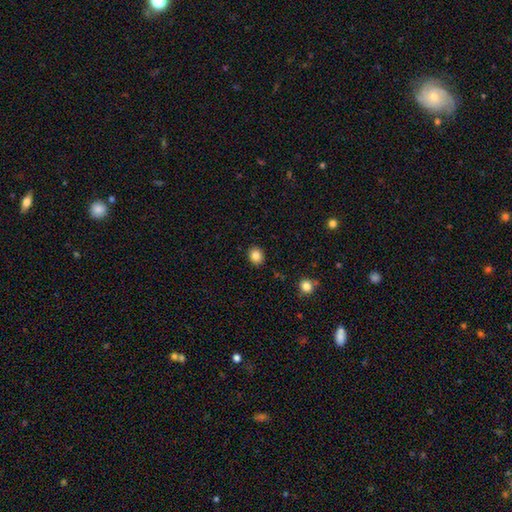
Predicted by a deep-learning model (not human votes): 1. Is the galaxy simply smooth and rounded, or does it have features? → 85% smooth, 10% star or artifact, 5% featured or disk.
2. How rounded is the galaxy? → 68% round, 31% in between, 1% cigar-shaped.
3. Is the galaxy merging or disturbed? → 90% none, 7% minor disturbance, 2% major disturbance, 1% merger.